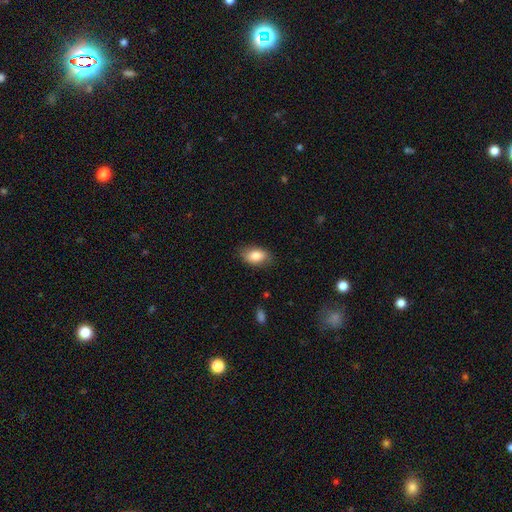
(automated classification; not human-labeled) smooth 83%, featured or disk 10%, star or artifact 7%. Down the decision tree: how rounded — in between (90%); merging — none (82%).